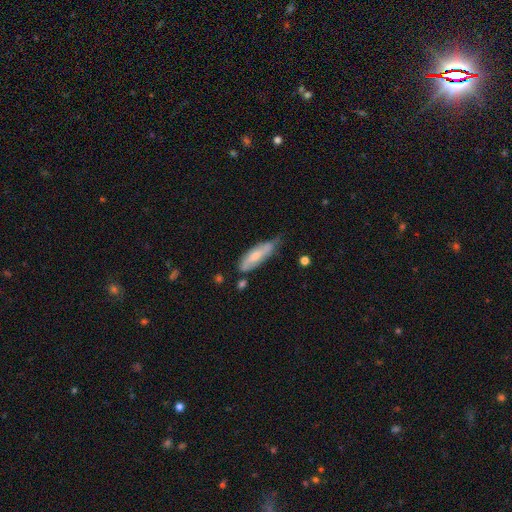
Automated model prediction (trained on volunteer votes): Q: Smooth or featured?
A: smooth (58%); runner-up: featured or disk (36%)
Q: How rounded?
A: in between (50%); runner-up: cigar-shaped (49%)
Q: Merging?
A: none (51%); runner-up: minor disturbance (36%)